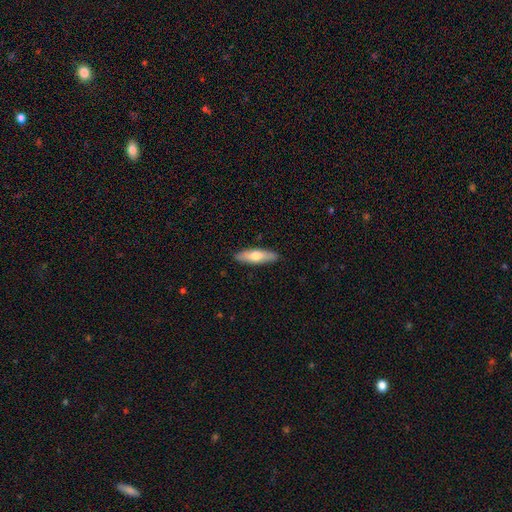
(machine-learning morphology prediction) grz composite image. It shows a smooth galaxy with no disk features (67%) that is cigar-shaped (54%). Merging: none (89%).